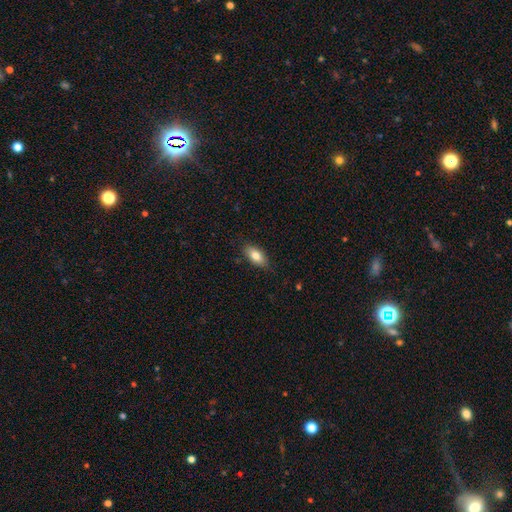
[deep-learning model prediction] A smooth galaxy with no disk features (80%) that is in between round and cigar-shaped (86%). Merging: none (82%).